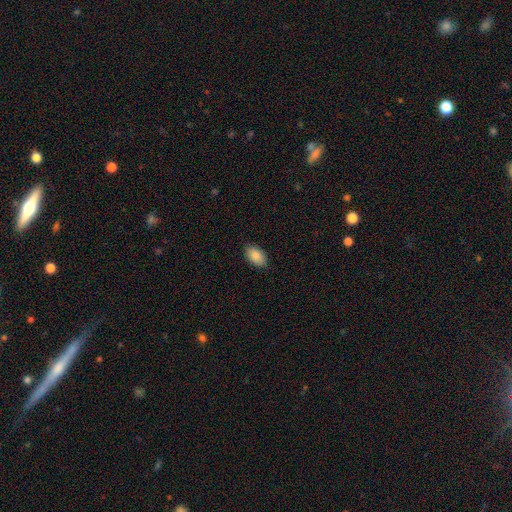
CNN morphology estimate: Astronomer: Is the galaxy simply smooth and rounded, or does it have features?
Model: smooth — 87%.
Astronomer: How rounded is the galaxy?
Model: in between — 94%.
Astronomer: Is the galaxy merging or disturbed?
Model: none — 88%.